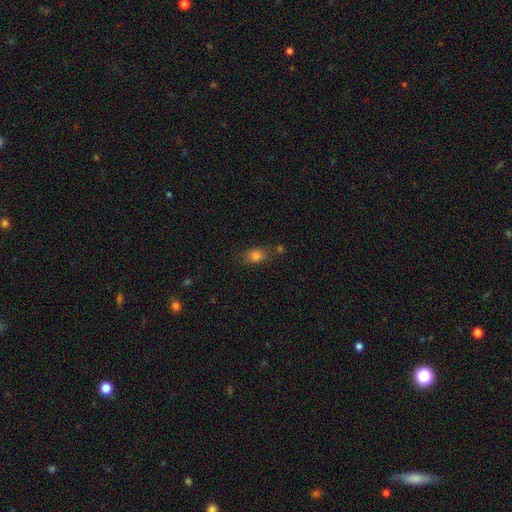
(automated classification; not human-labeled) Smooth or featured: smooth — 79% (star or artifact — 13%)
How rounded: in between — 70% (round — 25%)
Merging: none — 67% (minor disturbance — 18%)